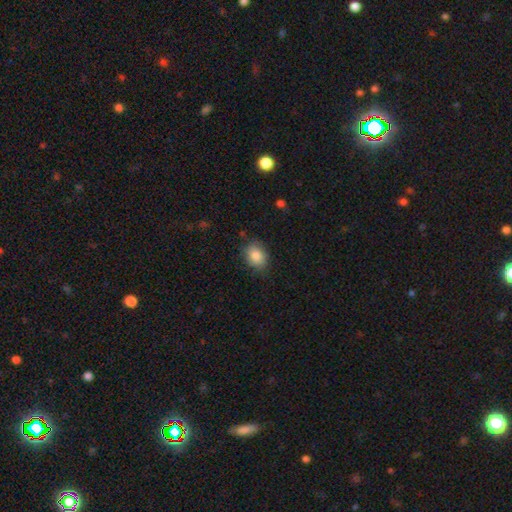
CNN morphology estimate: A smooth galaxy with no disk features (86%) that is in between round and cigar-shaped (65%). Merging: none (78%).